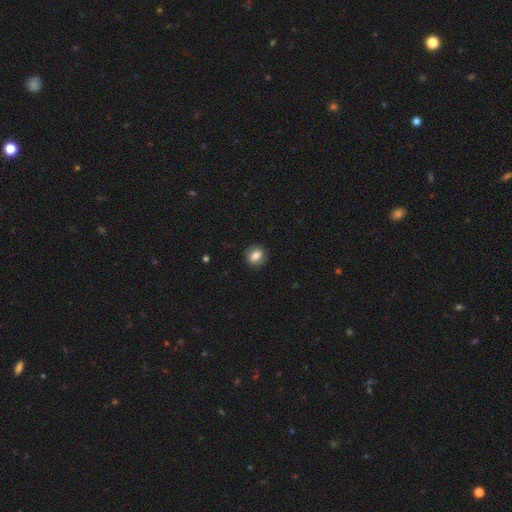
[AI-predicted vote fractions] Morphology: type=smooth (78%); roundness=round (63%); merging=none (87%).